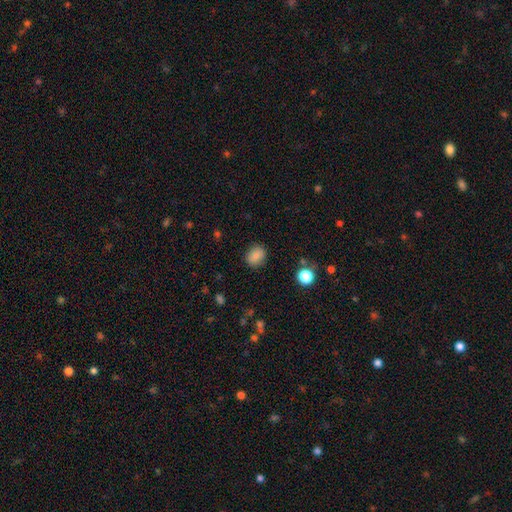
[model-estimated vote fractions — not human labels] Smooth or featured? Predicted: smooth (p=0.85). How rounded? Predicted: in between (p=0.52). Merging? Predicted: none (p=0.86).